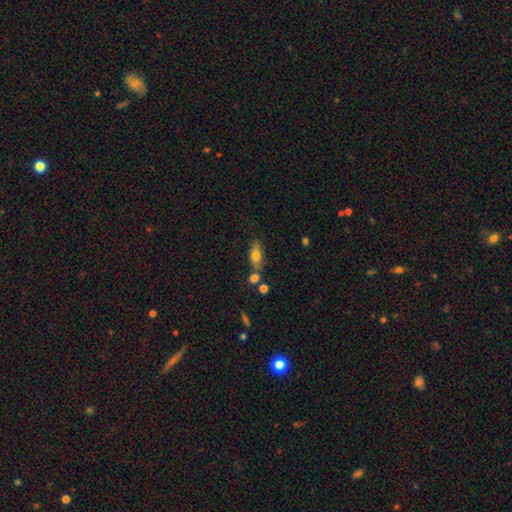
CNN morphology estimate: Smooth or featured? smooth (74%)
How rounded? in between (78%)
Merging? none (61%)